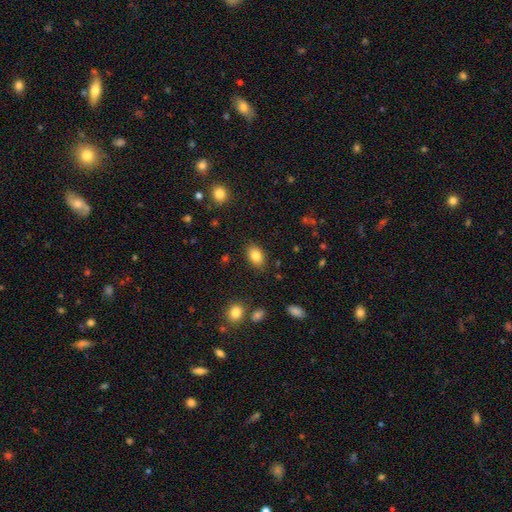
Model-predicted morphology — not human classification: smooth_or_featured: smooth (p=0.83) [alt: star or artifact p=0.09]
how_rounded: in between (p=0.85) [alt: round p=0.14]
merging: none (p=0.84) [alt: minor disturbance p=0.12]